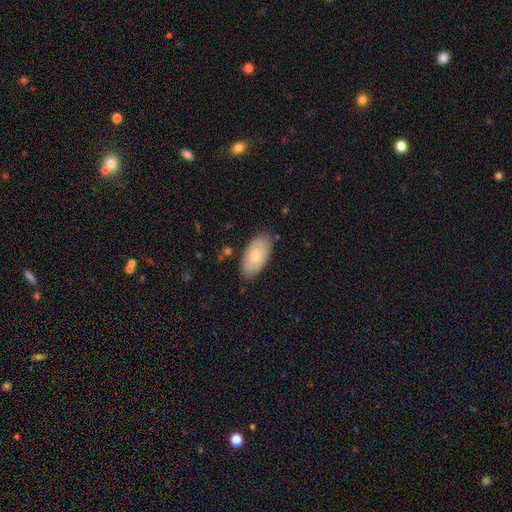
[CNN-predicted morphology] smooth_or_featured: smooth (p=0.73) [alt: featured or disk p=0.22]
how_rounded: in between (p=0.94) [alt: cigar-shaped p=0.03]
merging: none (p=0.80) [alt: minor disturbance p=0.16]